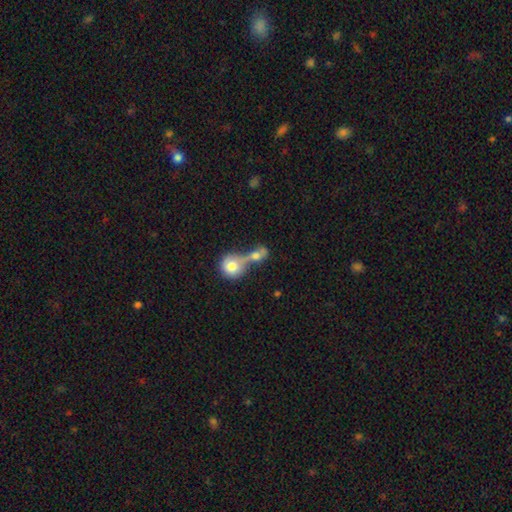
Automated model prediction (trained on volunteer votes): Morphology: type=smooth (70%); roundness=round (60%); merging=merger (75%).